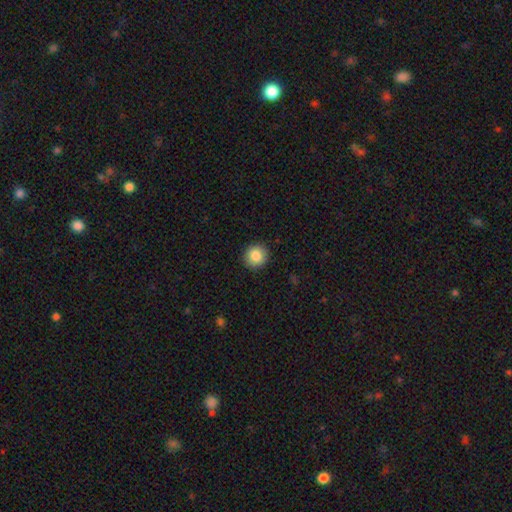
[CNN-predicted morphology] This appears to be a smooth galaxy with no disk features (86%) that is round (91%). Merging: none (91%).